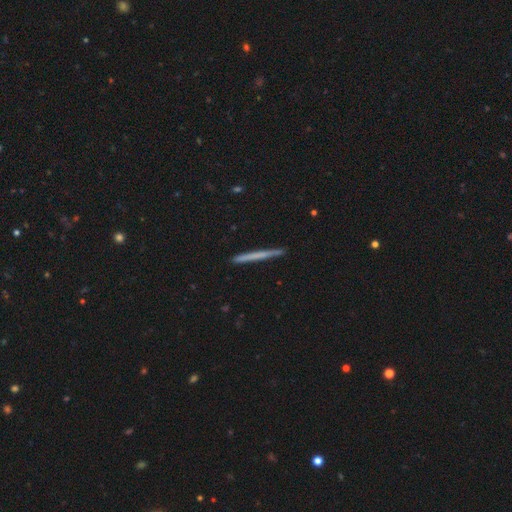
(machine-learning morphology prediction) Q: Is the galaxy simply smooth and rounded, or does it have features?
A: smooth — 55%.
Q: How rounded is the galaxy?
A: cigar-shaped — 97%.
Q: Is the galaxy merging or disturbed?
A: none — 92%.